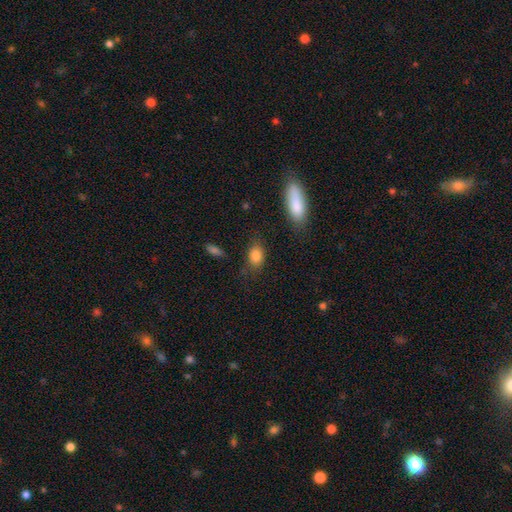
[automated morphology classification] Smooth or featured?
  - smooth: 84% *
  - star or artifact: 10%
  - featured or disk: 6%
How rounded?
  - in between: 76% *
  - round: 21%
  - cigar-shaped: 3%
Merging?
  - none: 71% *
  - minor disturbance: 19%
  - major disturbance: 6%
  - merger: 4%